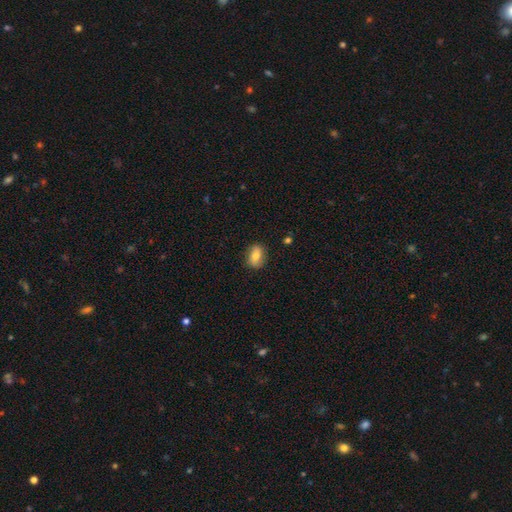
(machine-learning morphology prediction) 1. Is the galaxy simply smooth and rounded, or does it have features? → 68% smooth, 24% featured or disk, 8% star or artifact.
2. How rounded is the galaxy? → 76% in between, 21% round, 3% cigar-shaped.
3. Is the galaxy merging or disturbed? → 81% none, 14% minor disturbance, 3% major disturbance, 1% merger.